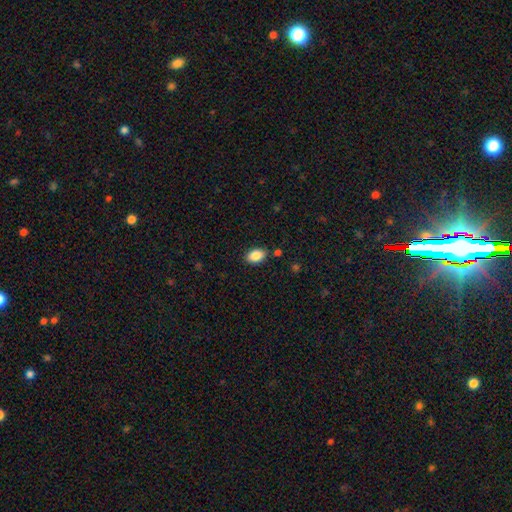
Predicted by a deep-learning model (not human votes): smooth_or_featured: smooth (p=0.87) [alt: star or artifact p=0.08]
how_rounded: in between (p=0.89) [alt: round p=0.09]
merging: none (p=0.85) [alt: minor disturbance p=0.10]